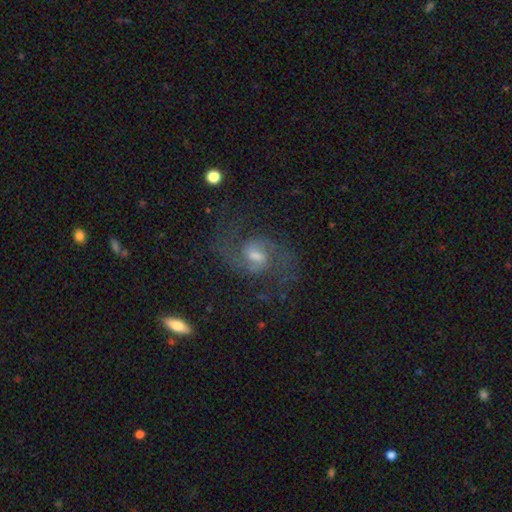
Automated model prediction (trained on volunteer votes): featured or disk 87%, star or artifact 7%, smooth 6%. Down the decision tree: edge-on disk — no (97%); bar — weak (64%); spiral arms — yes (97%); spiral arm count — 2 (91%); spiral winding — medium (56%); bulge size — moderate (48%); merging — none (71%).